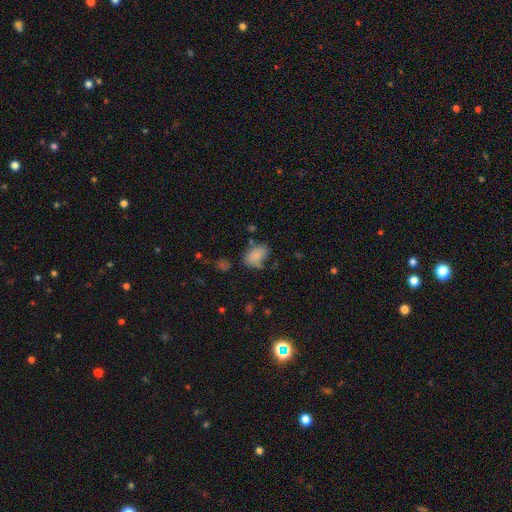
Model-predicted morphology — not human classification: smooth 82%, star or artifact 10%, featured or disk 8%. Down the decision tree: how rounded — in between (90%); merging — none (55%).